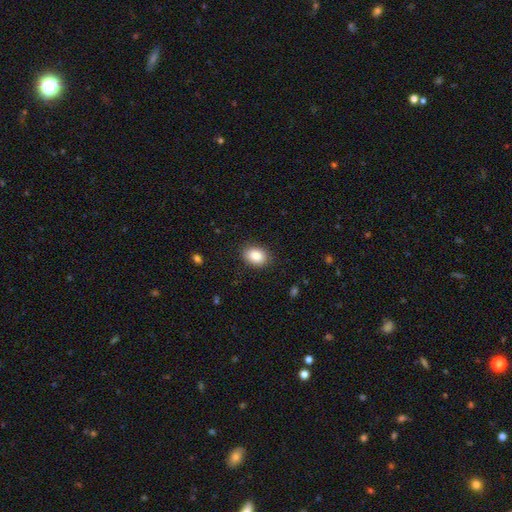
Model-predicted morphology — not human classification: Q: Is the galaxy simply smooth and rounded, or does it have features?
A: smooth — 87%.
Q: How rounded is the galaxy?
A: in between — 76%.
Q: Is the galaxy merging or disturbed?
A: none — 87%.